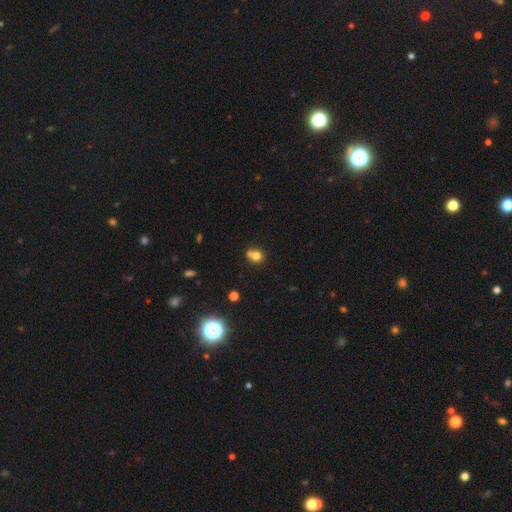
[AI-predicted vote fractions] The model was most divided on "merging": none: 46%, merger: 40%, minor disturbance: 11%, major disturbance: 4%. More confident: how rounded — round (77%); smooth or featured — smooth (75%).